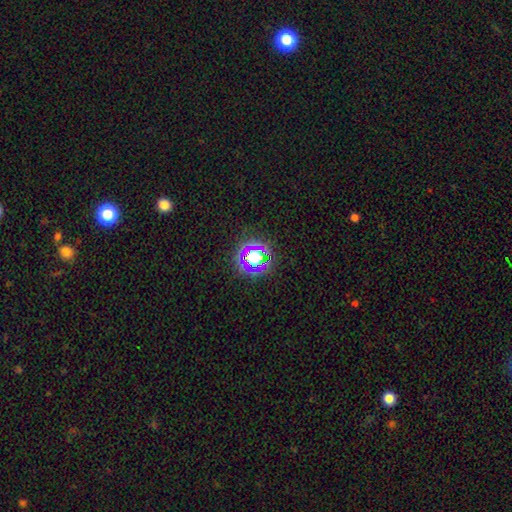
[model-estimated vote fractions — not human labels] A star or artifact, not a galaxy (52%).